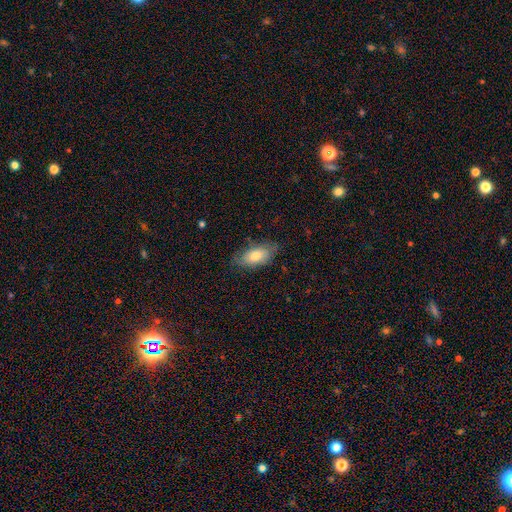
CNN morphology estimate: smooth 72%, featured or disk 21%, star or artifact 6%. Down the decision tree: how rounded — in between (89%); merging — none (74%).